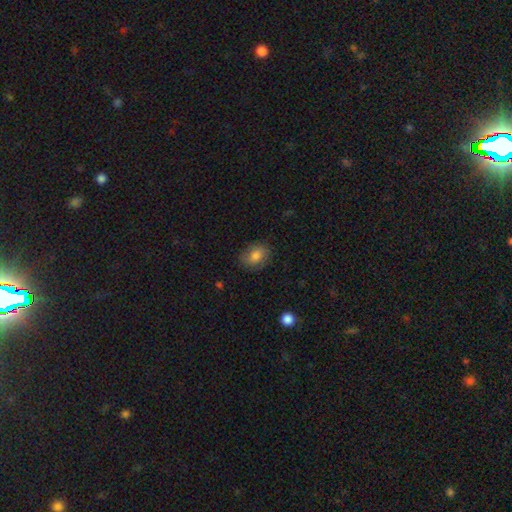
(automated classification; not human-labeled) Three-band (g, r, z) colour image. It shows a smooth galaxy with no disk features (81%) that is in between round and cigar-shaped (61%). Merging: none (80%).